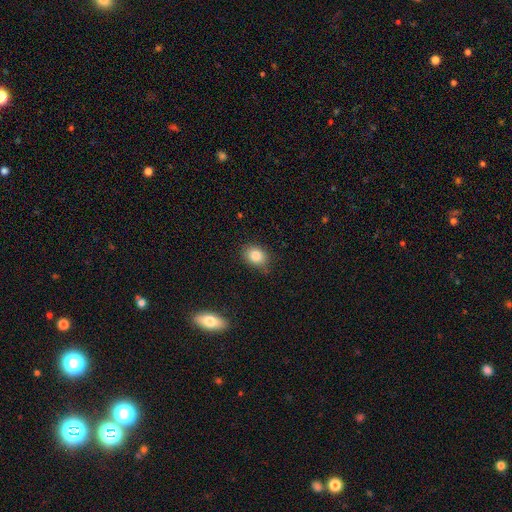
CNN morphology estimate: This appears to be a smooth galaxy with no disk features (83%) that is in between round and cigar-shaped (60%). Merging: none (78%).